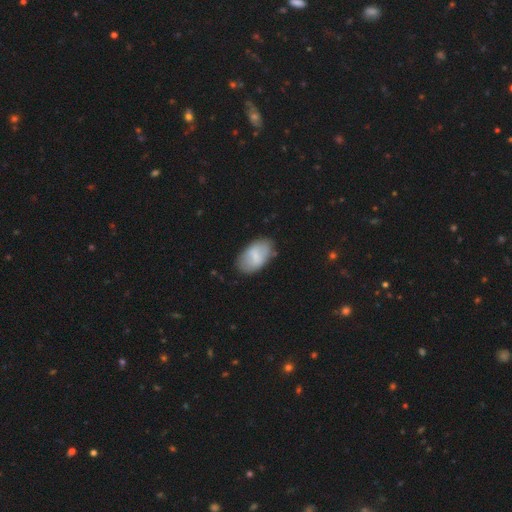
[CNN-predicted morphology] Smooth or featured?
  - smooth: 67% *
  - featured or disk: 26%
  - star or artifact: 6%
How rounded?
  - in between: 94% *
  - round: 5%
  - cigar-shaped: 2%
Merging?
  - none: 77% *
  - minor disturbance: 17%
  - major disturbance: 4%
  - merger: 2%